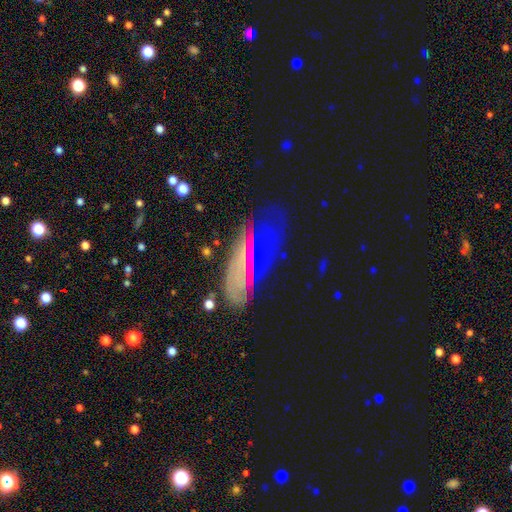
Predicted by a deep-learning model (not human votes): smooth_or_featured: featured or disk (p=0.43) [alt: star or artifact p=0.31]
merging: none (p=0.72) [alt: minor disturbance p=0.18]